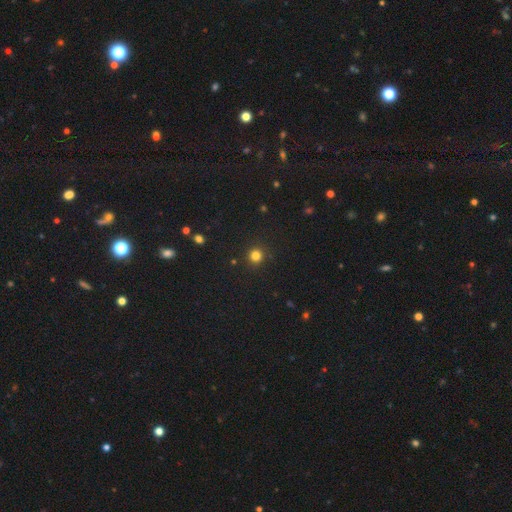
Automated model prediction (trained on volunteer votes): Smooth or featured? Predicted: smooth (p=0.81). How rounded? Predicted: round (p=0.94). Merging? Predicted: none (p=0.91).